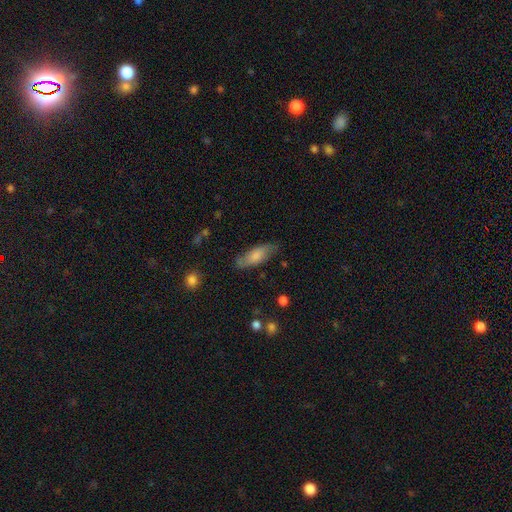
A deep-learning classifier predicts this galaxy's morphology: This appears to be a smooth galaxy with no disk features (74%) that is in between round and cigar-shaped (64%). Merging: none (76%).